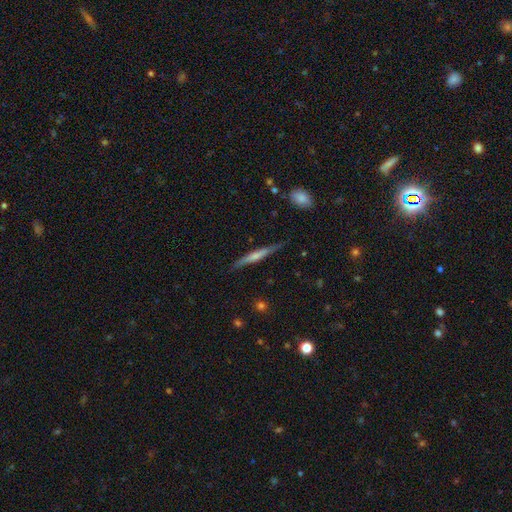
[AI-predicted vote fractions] Q: Smooth or featured?
A: featured or disk (51%); runner-up: smooth (43%)
Q: Edge-on disk?
A: yes (95%); runner-up: no (5%)
Q: Merging?
A: none (82%); runner-up: minor disturbance (14%)